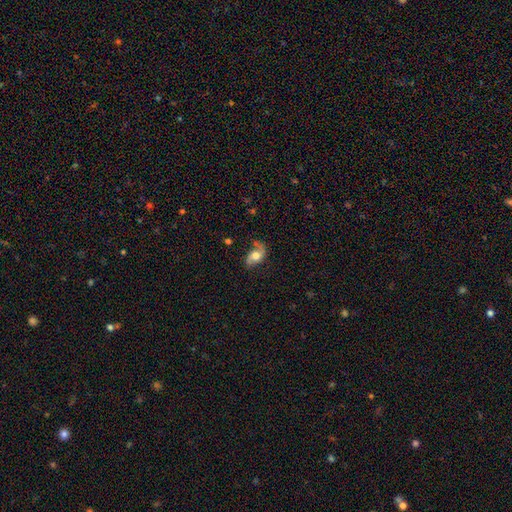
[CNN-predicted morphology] Overall: featured or disk (58%; smooth 34%). Edge-on disk: no (94%). Bar: no (70%). Spiral arms: yes (85%). Bulge size: moderate (60%; large 28%). Merging: none (57%; minor disturbance 25%).